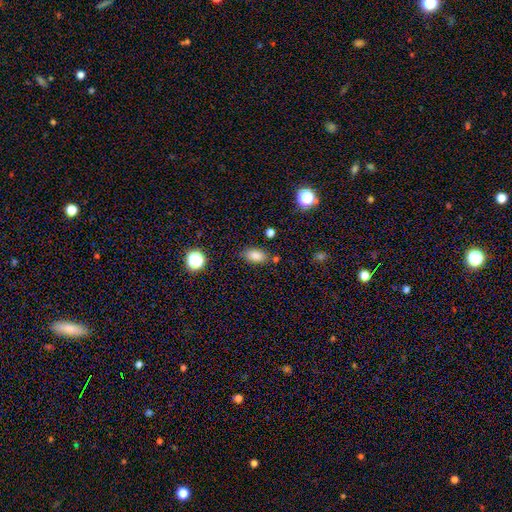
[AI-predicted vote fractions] smooth 83%, star or artifact 11%, featured or disk 6%. Down the decision tree: how rounded — in between (87%); merging — none (78%).